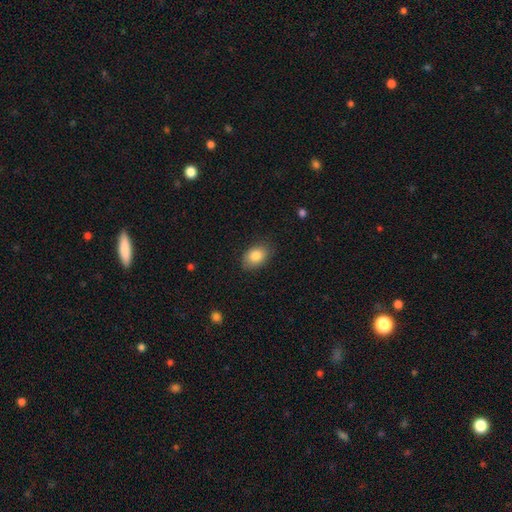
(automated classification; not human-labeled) Q: Smooth or featured?
A: smooth (84%); runner-up: featured or disk (8%)
Q: How rounded?
A: in between (82%); runner-up: round (17%)
Q: Merging?
A: none (80%); runner-up: minor disturbance (15%)